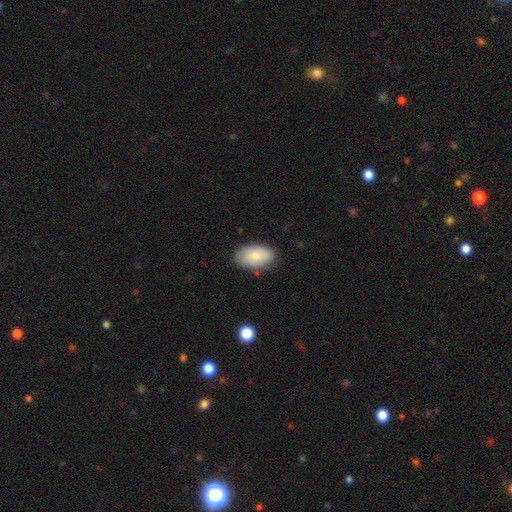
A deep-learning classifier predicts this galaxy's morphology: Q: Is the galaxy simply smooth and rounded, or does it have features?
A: smooth — 76%.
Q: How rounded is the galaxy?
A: in between — 93%.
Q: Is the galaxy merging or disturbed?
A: none — 79%.